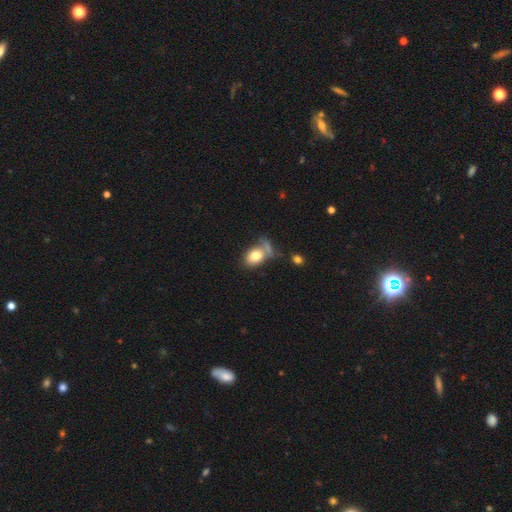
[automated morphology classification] This is likely a smooth galaxy (78%). How rounded: clearly in between (81%). Merging: marginally none (41%).